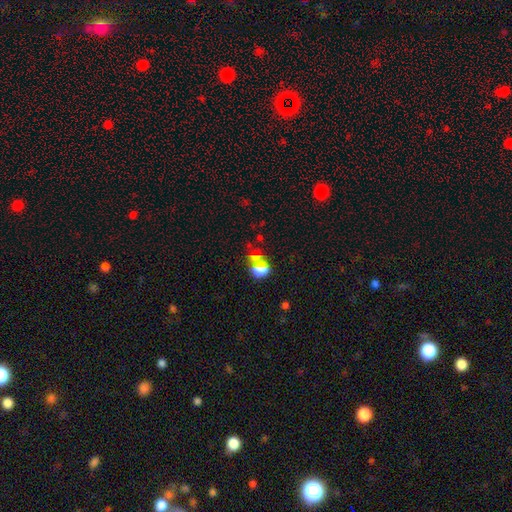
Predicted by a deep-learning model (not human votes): Smooth or featured?
  - star or artifact: 47% *
  - smooth: 42%
  - featured or disk: 11%